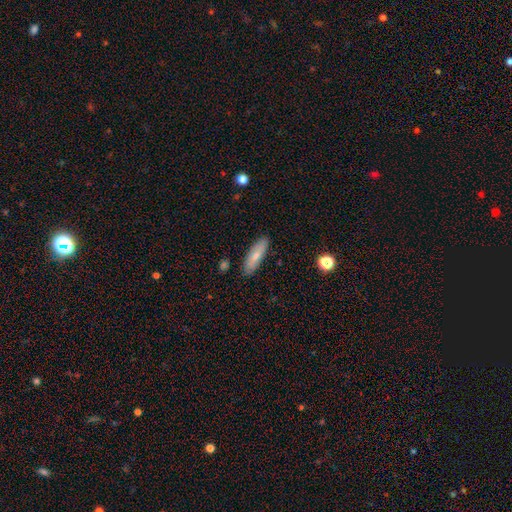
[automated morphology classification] Smooth or featured? Predicted: smooth (p=0.69). How rounded? Predicted: cigar-shaped (p=0.51). Merging? Predicted: none (p=0.87).